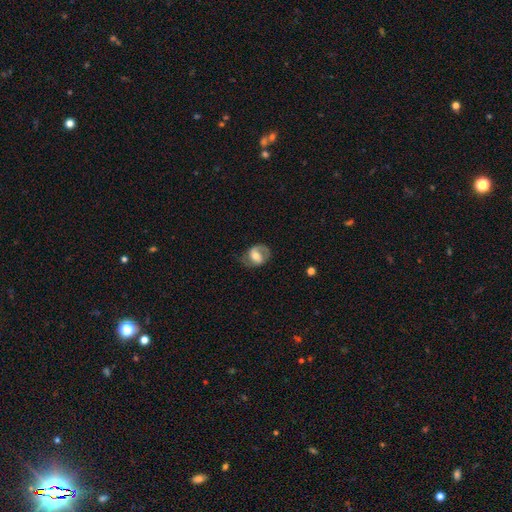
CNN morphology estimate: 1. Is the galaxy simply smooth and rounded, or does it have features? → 63% featured or disk, 31% smooth, 6% star or artifact.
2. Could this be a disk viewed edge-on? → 96% no, 4% yes.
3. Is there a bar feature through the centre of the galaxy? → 41% weak, 33% no, 26% strong.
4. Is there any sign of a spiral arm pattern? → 81% yes, 19% no.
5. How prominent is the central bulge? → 62% moderate, 22% small, 13% large, 2% none, 1% dominant.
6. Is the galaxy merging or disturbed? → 62% none, 23% minor disturbance, 14% major disturbance, 1% merger.